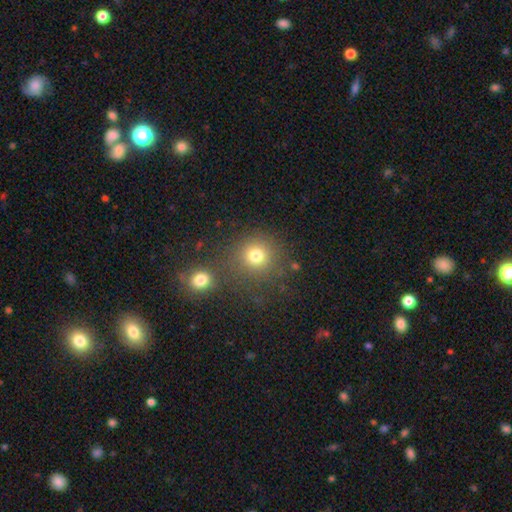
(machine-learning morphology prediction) type=smooth (76%); roundness=round (89%); merging=none (67%).